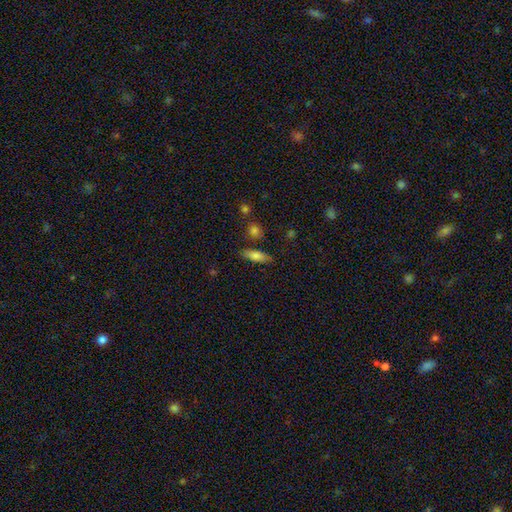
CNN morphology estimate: Smooth or featured?
  - smooth: 74% *
  - featured or disk: 17%
  - star or artifact: 9%
How rounded?
  - in between: 57% *
  - cigar-shaped: 39%
  - round: 4%
Merging?
  - none: 80% *
  - minor disturbance: 13%
  - merger: 4%
  - major disturbance: 3%